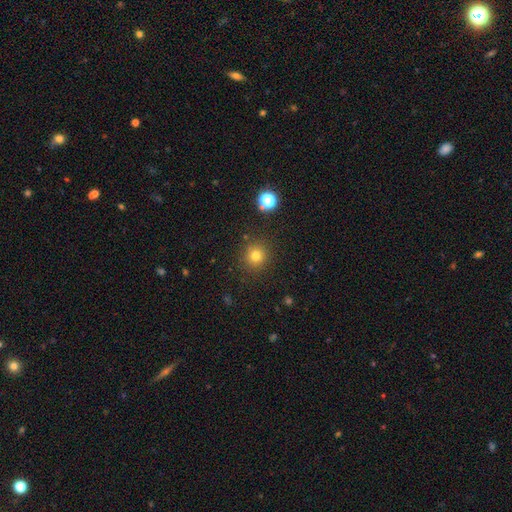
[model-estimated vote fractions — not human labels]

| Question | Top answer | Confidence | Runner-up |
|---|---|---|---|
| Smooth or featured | smooth | 76% | star or artifact (16%) |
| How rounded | round | 93% | in between (6%) |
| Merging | none | 88% | minor disturbance (7%) |